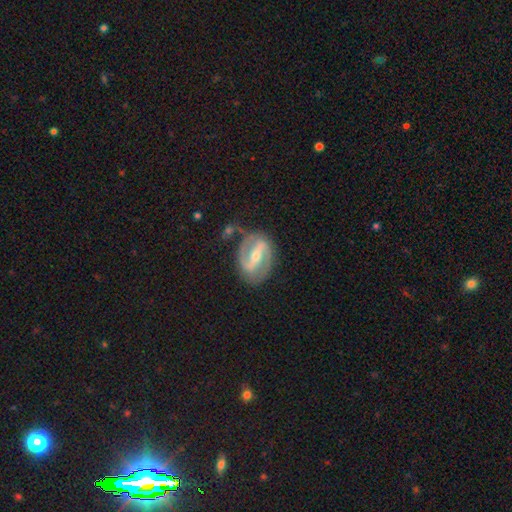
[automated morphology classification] Smooth or featured: featured or disk — 87% (smooth — 9%)
Edge-on disk: no — 96% (yes — 4%)
Bar: strong — 65% (weak — 25%)
Spiral arms: yes — 92% (no — 8%)
Spiral winding: medium — 49% (tight — 30%)
Spiral arm count: 2 — 91% (can't tell — 4%)
Bulge size: small — 48% (tied with moderate — 48%)
Merging: none — 76% (minor disturbance — 15%)